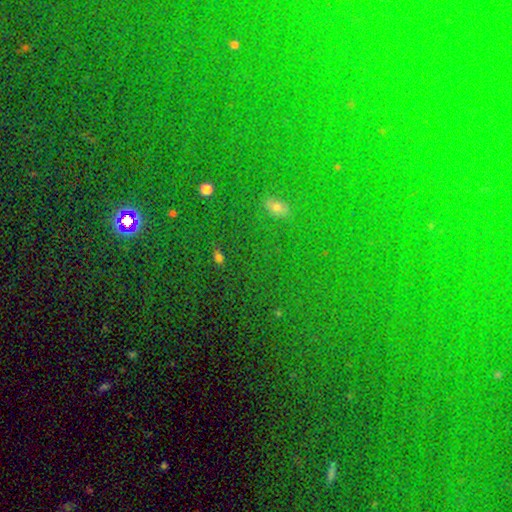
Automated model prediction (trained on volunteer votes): smooth_or_featured: star or artifact (p=0.75) [alt: smooth p=0.16]